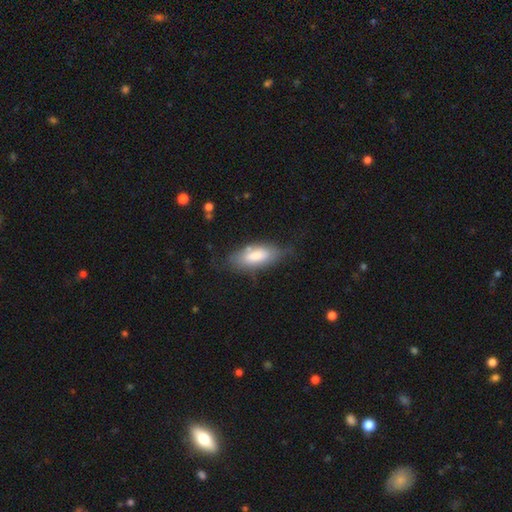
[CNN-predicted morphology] Q: Smooth or featured?
A: smooth (75%); runner-up: featured or disk (18%)
Q: How rounded?
A: in between (82%); runner-up: cigar-shaped (16%)
Q: Merging?
A: none (59%); runner-up: minor disturbance (28%)